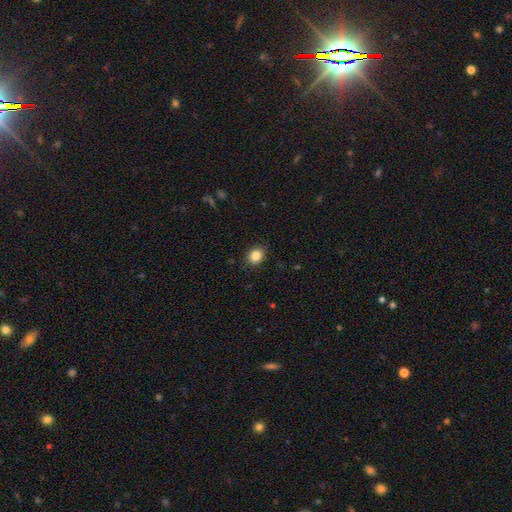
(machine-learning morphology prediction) smooth 85%, star or artifact 10%, featured or disk 5%. Down the decision tree: how rounded — round (59%); merging — none (86%).